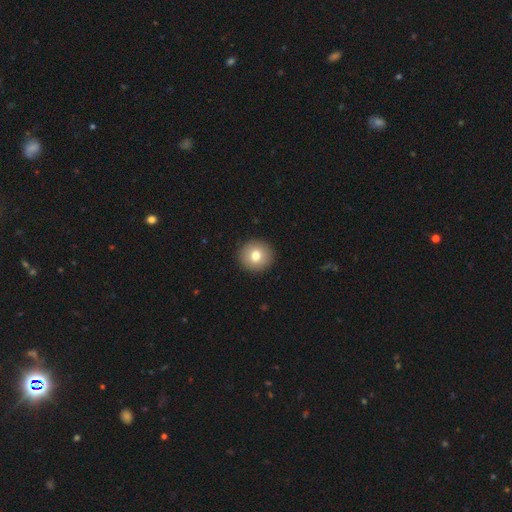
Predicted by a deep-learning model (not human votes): smooth_or_featured: smooth (p=0.77) [alt: featured or disk p=0.14]
how_rounded: round (p=0.94) [alt: in between p=0.05]
merging: none (p=0.93) [alt: minor disturbance p=0.05]